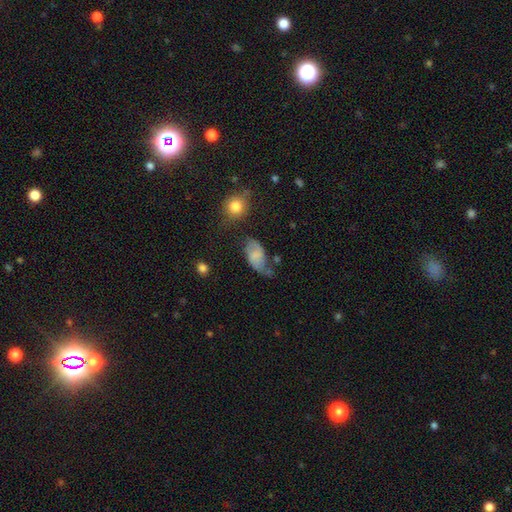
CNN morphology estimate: Smooth or featured? Predicted: smooth (p=0.49). Merging? Predicted: none (p=0.46).